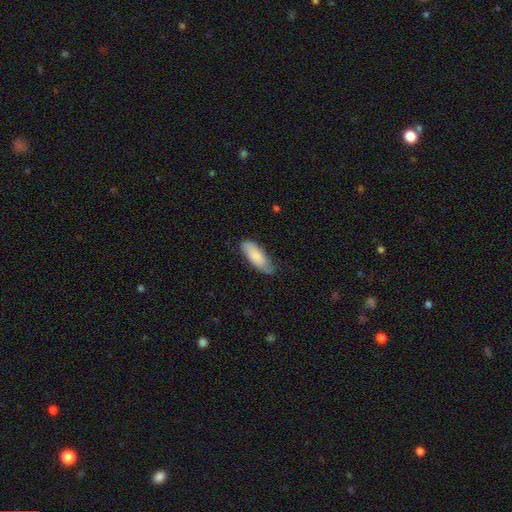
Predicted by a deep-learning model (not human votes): This is clearly a smooth galaxy (82%). How rounded: likely in between (72%). Merging: likely none (67%).